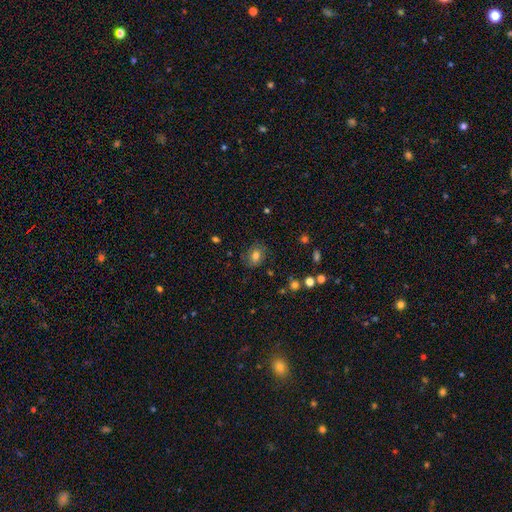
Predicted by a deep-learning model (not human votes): This appears to be a smooth galaxy with no disk features (74%) that is in between round and cigar-shaped (58%). Merging: none (79%).